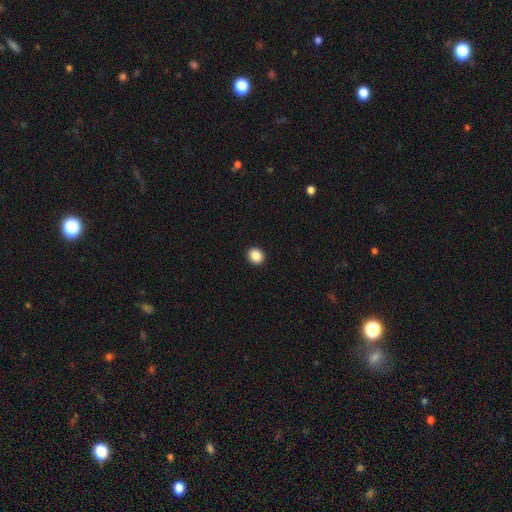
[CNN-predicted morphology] Smooth or featured: smooth — 88% (star or artifact — 9%)
How rounded: round — 82% (in between — 17%)
Merging: none — 93% (minor disturbance — 4%)